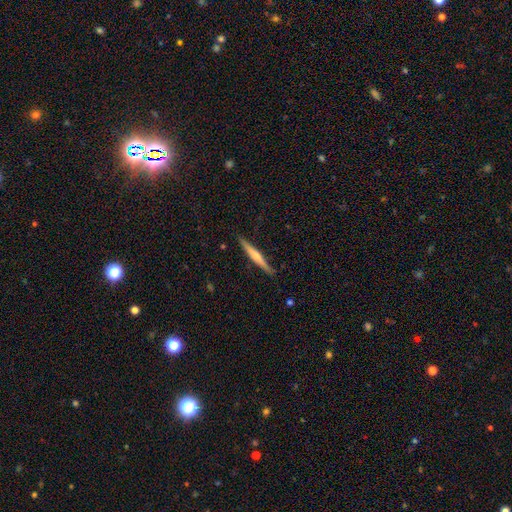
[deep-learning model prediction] The model was most divided on "smooth or featured": featured or disk: 54%, smooth: 40%, star or artifact: 6%. More confident: edge-on disk — yes (97%); merging — none (89%); edge-on bulge — rounded (67%).